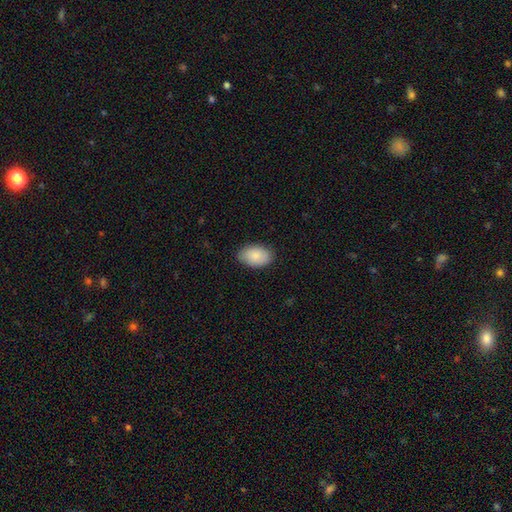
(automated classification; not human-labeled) Overall: smooth (86%). How rounded: in between (91%). Merging: none (85%).